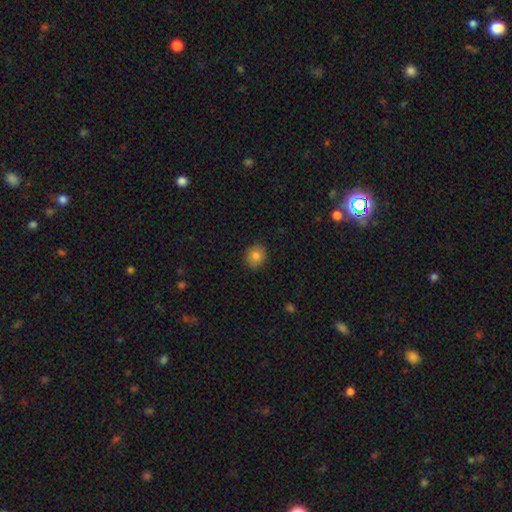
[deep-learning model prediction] smooth_or_featured: smooth (p=0.81) [alt: star or artifact p=0.11]
how_rounded: round (p=0.75) [alt: in between p=0.24]
merging: none (p=0.89) [alt: minor disturbance p=0.08]